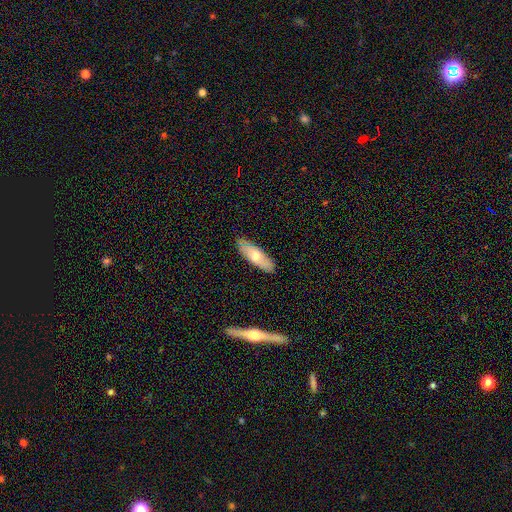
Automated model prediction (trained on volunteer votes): smooth 54%, featured or disk 39%, star or artifact 7%. Down the decision tree: how rounded — in between (61%); merging — none (83%).